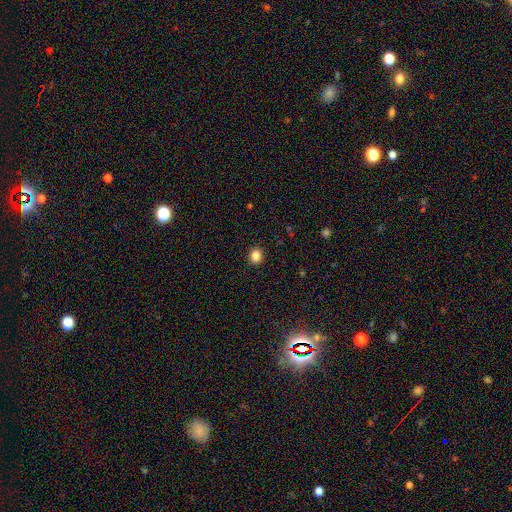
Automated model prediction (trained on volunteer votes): A smooth galaxy with no disk features (85%) that is round (69%).

Vote fractions:
- Smooth or featured? smooth: 85% / star or artifact: 11% / featured or disk: 4%
- How rounded? round: 69% / in between: 30% / cigar-shaped: 1%
- Merging? none: 91% / minor disturbance: 6% / major disturbance: 2% / merger: 1%